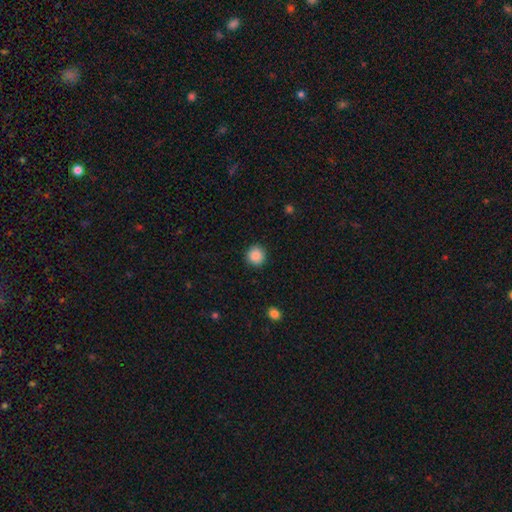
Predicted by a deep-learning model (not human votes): smooth 88%, star or artifact 9%, featured or disk 3%. Down the decision tree: how rounded — round (94%); merging — none (91%).